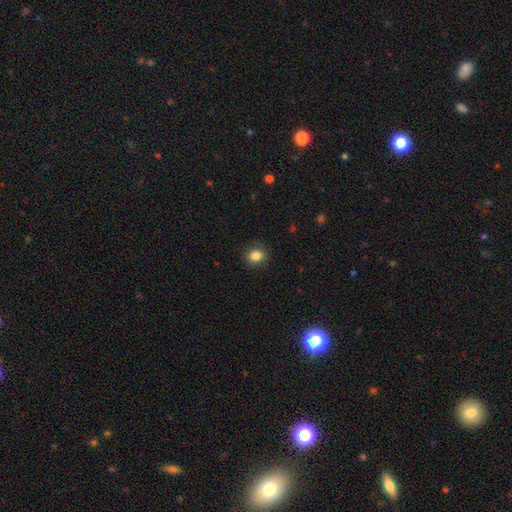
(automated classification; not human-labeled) smooth 84%, star or artifact 10%, featured or disk 6%. Down the decision tree: how rounded — round (69%); merging — none (86%).